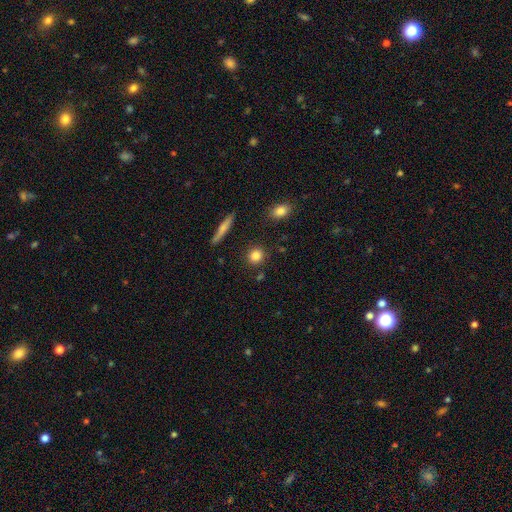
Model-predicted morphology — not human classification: A smooth galaxy with no disk features (83%) that is round (84%). Merging: none (86%).